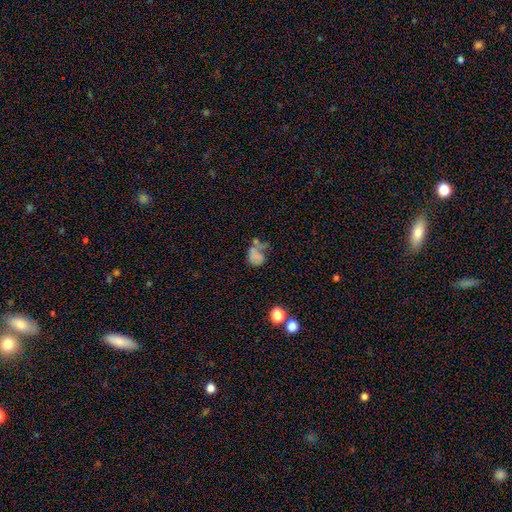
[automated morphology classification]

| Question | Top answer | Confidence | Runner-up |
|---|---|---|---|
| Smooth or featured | smooth | 61% | featured or disk (22%) |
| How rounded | in between | 54% | round (44%) |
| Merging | major disturbance | 30% | none (26%) |